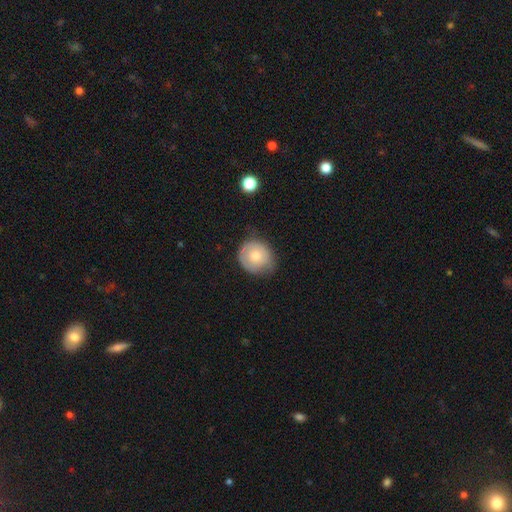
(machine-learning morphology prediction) smooth 68%, featured or disk 25%, star or artifact 7%. Down the decision tree: how rounded — round (79%); merging — none (62%).